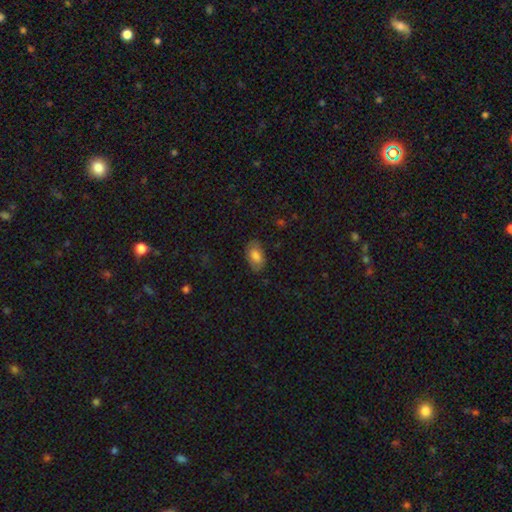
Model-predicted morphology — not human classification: This appears to be a smooth galaxy with no disk features (74%) that is in between round and cigar-shaped (93%). Merging: none (78%).